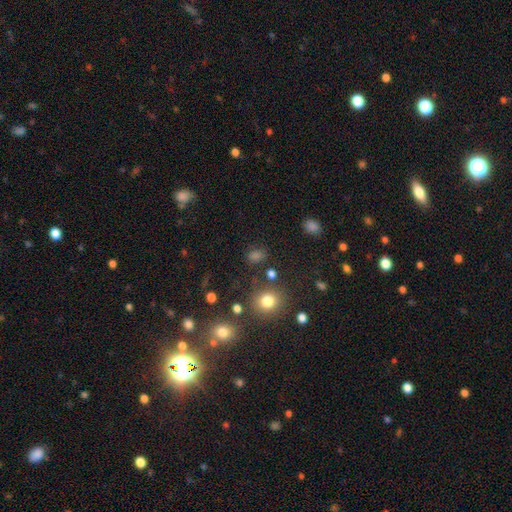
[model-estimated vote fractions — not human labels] A smooth galaxy with no disk features (67%) that is in between round and cigar-shaped (56%). Merging: none (76%).